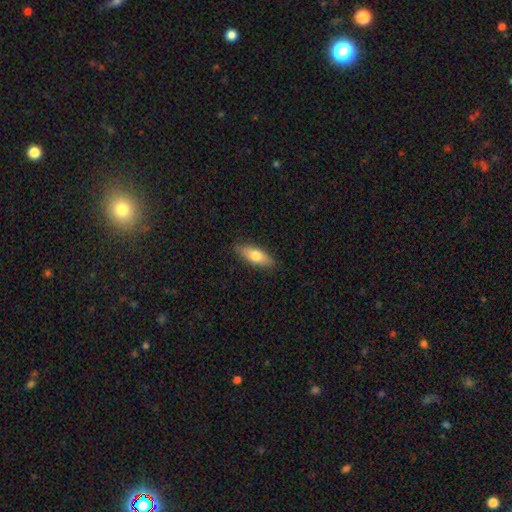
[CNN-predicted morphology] Q: Smooth or featured?
A: smooth (69%); runner-up: featured or disk (25%)
Q: How rounded?
A: in between (65%); runner-up: cigar-shaped (33%)
Q: Merging?
A: none (87%); runner-up: minor disturbance (10%)